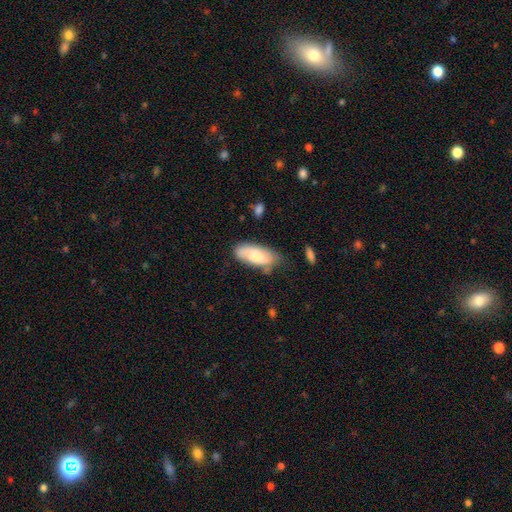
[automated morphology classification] A smooth galaxy with no disk features (67%) that is in between round and cigar-shaped (85%).

Vote fractions:
- Smooth or featured? smooth: 67% / featured or disk: 27% / star or artifact: 6%
- How rounded? in between: 85% / cigar-shaped: 13% / round: 2%
- Merging? none: 59% / minor disturbance: 28% / major disturbance: 8% / merger: 5%